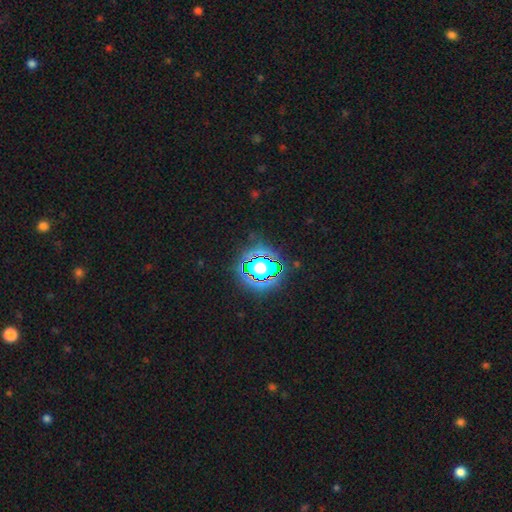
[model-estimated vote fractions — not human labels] Smooth or featured? star or artifact (83%)